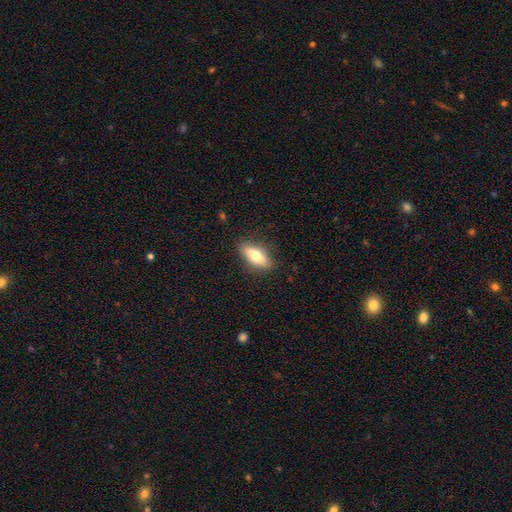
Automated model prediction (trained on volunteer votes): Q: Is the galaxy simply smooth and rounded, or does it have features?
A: smooth — 66%.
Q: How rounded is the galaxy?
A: in between — 69%.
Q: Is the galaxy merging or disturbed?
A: none — 86%.